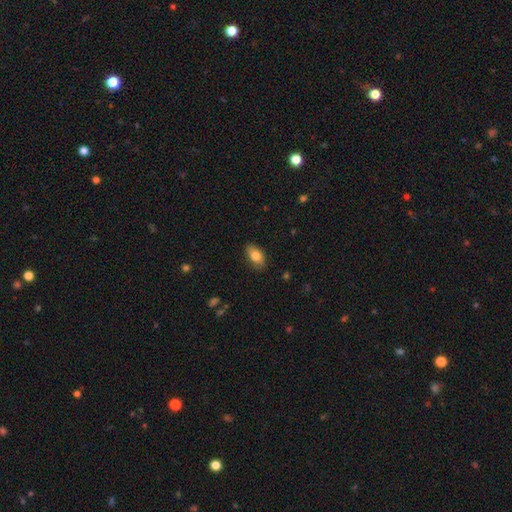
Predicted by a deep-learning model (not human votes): The model was most divided on "merging": none: 80%, minor disturbance: 16%, major disturbance: 3%, merger: 1%. More confident: how rounded — in between (91%); smooth or featured — smooth (83%).